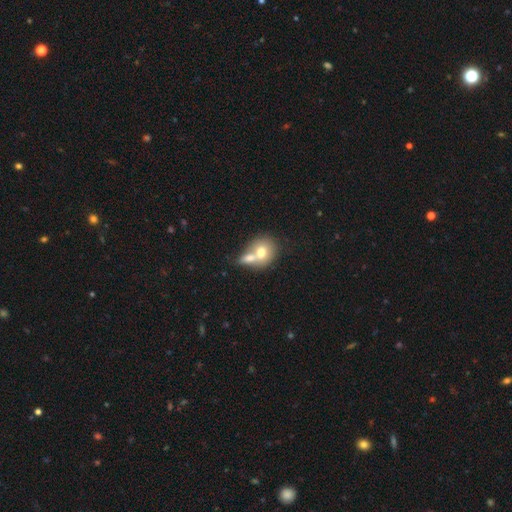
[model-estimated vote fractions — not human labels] The model was most divided on "how rounded": round: 63%, in between: 36%, cigar-shaped: 1%. More confident: merging — merger (69%); smooth or featured — smooth (67%).